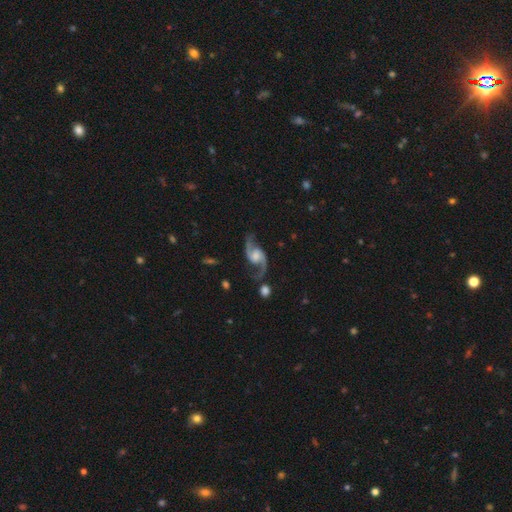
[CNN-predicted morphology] Smooth or featured?
  - featured or disk: 92% *
  - star or artifact: 4%
  - smooth: 4%
Edge-on disk?
  - no: 98% *
  - yes: 2%
Bar?
  - no: 50% *
  - weak: 40%
  - strong: 10%
Spiral arms?
  - yes: 98% *
  - no: 2%
Spiral winding?
  - loose: 62% *
  - medium: 33%
  - tight: 6%
Spiral arm count?
  - 2: 95% *
  - can't tell: 1%
  - 1: 1%
  - 3: 1%
  - 4: 1%
  - more than 4: 1%
Bulge size?
  - moderate: 39% *
  - small: 26%
  - none: 18%
  - large: 15%
  - dominant: 2%
Merging?
  - none: 74% *
  - minor disturbance: 14%
  - major disturbance: 7%
  - merger: 4%